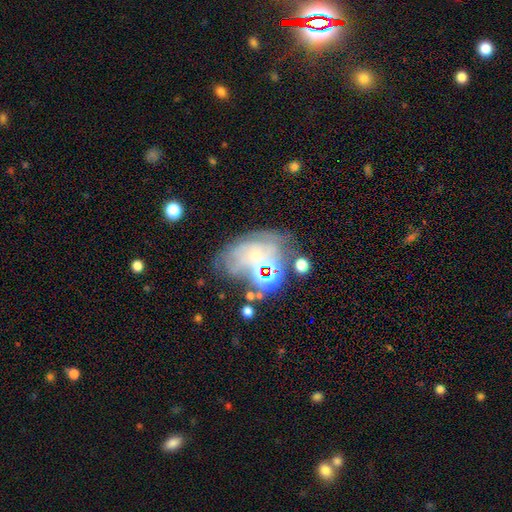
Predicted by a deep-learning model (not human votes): smooth-or-featured: featured or disk: 54% | smooth: 24% | star or artifact: 22%
  disk-edge-on: no: 96% | yes: 4%
    bar: no: 73% | weak: 20% | strong: 6%
    has-spiral-arms: yes: 67% | no: 33%
    bulge-size: small: 61% | moderate: 20% | none: 14% | large: 4% | dominant: 2%
  merging: none: 47% | minor disturbance: 22% | major disturbance: 18% | merger: 12%